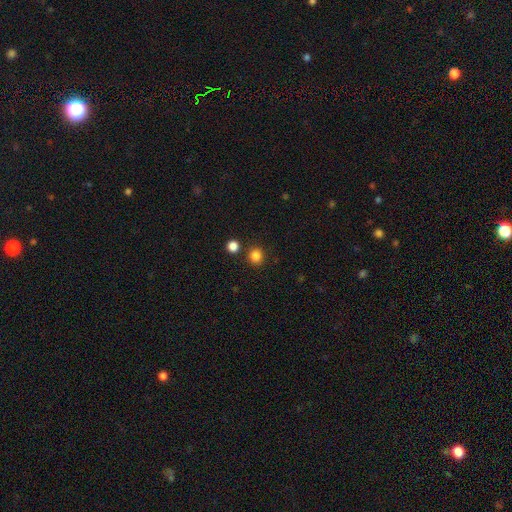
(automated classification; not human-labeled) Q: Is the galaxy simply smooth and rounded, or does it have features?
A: smooth — 84%.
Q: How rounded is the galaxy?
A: round — 89%.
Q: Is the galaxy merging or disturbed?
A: none — 85%.